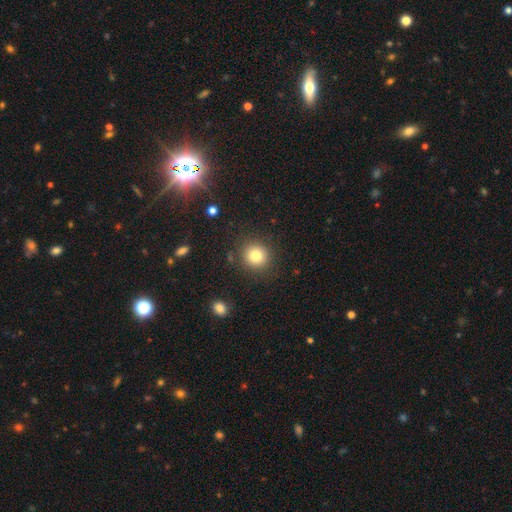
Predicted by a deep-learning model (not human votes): Q: Smooth or featured?
A: smooth (82%); runner-up: star or artifact (11%)
Q: How rounded?
A: round (89%); runner-up: in between (10%)
Q: Merging?
A: none (88%); runner-up: minor disturbance (7%)